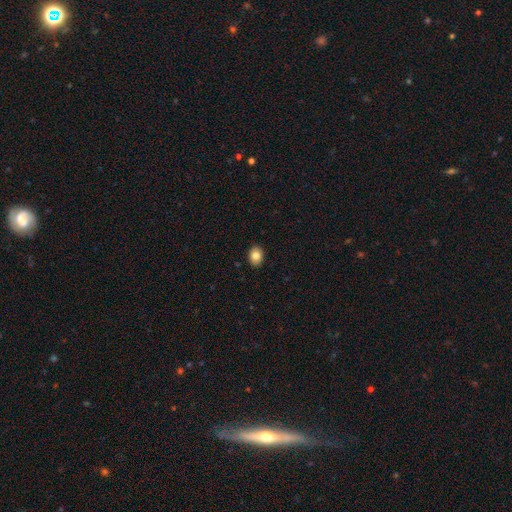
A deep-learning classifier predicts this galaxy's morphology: smooth 83%, star or artifact 9%, featured or disk 8%. Down the decision tree: how rounded — in between (68%); merging — none (90%).